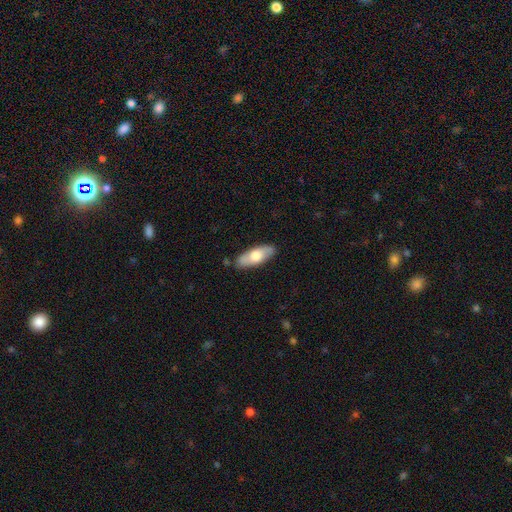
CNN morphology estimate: A smooth galaxy with no disk features (62%) that is in between round and cigar-shaped (71%). Merging: none (84%).